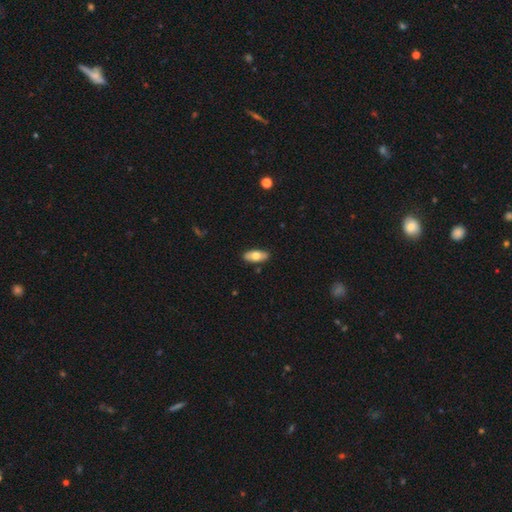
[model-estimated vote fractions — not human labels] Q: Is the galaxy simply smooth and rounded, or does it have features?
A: smooth — 69%.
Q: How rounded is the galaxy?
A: in between — 85%.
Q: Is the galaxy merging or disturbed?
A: none — 88%.